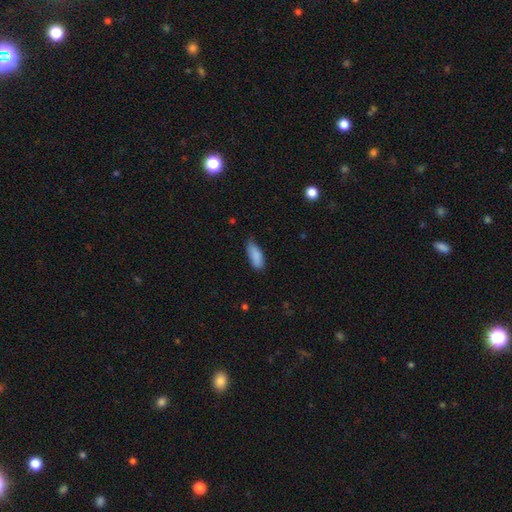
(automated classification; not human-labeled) Morphology: type=smooth (88%); roundness=in between (77%); merging=none (67%).